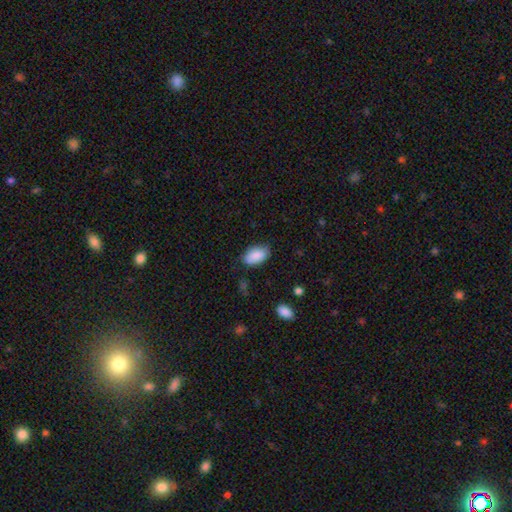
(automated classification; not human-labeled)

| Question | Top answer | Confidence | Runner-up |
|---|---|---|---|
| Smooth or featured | smooth | 87% | star or artifact (7%) |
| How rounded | in between | 93% | round (5%) |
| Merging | none | 74% | minor disturbance (21%) |